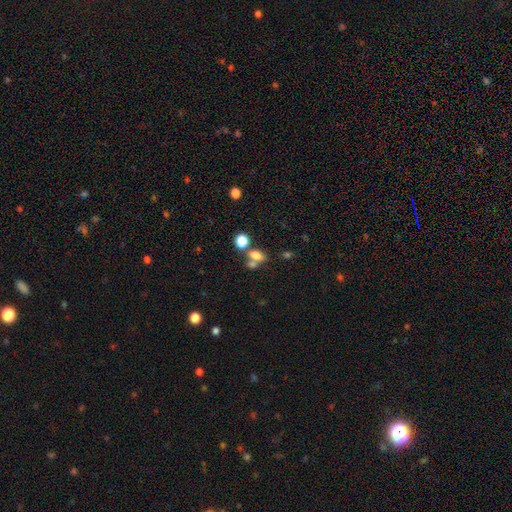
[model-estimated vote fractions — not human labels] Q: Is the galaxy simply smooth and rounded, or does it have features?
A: smooth — 73%.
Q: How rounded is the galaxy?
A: in between — 74%.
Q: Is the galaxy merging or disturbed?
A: none — 43%.